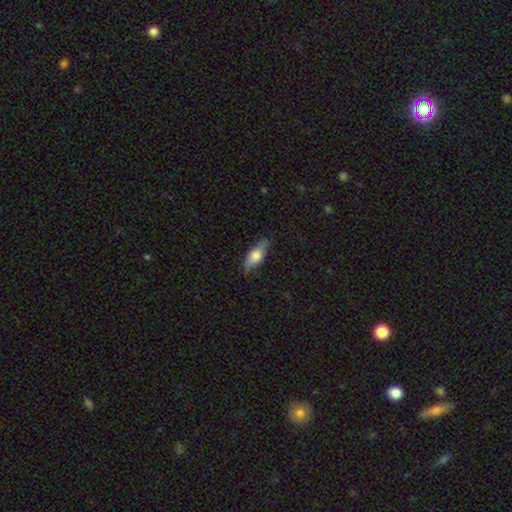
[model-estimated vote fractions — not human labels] Morphology: type=smooth (70%); roundness=in between (76%); merging=none (77%).